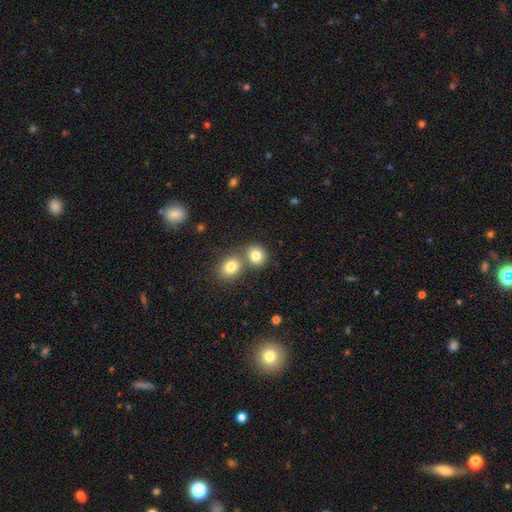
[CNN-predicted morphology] smooth-or-featured: smooth: 81% | star or artifact: 11% | featured or disk: 8%
  how-rounded: round: 76% | in between: 23% | cigar-shaped: 1%
  merging: none: 53% | merger: 37% | minor disturbance: 7% | major disturbance: 2%